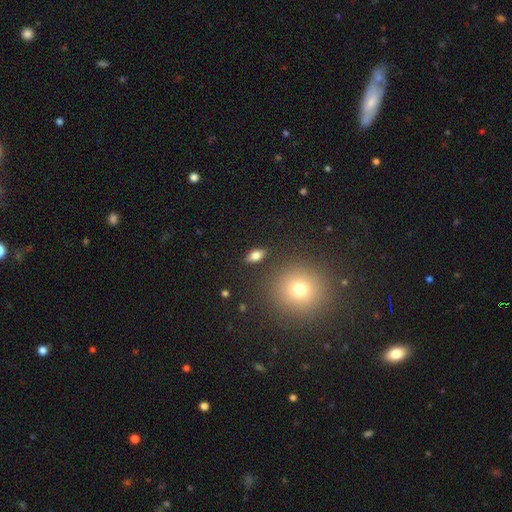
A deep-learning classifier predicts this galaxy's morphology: A smooth galaxy with no disk features (75%) that is in between round and cigar-shaped (83%). Merging: none (87%).